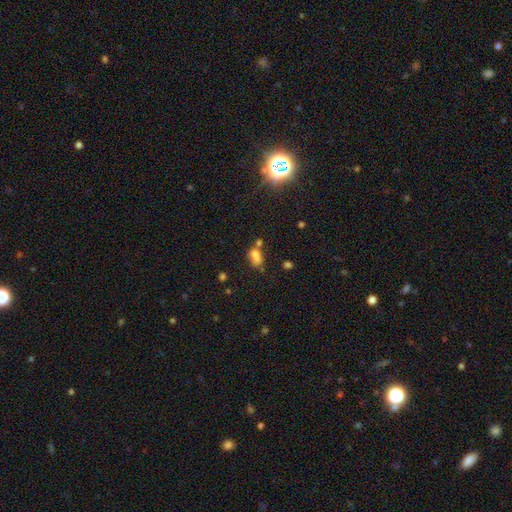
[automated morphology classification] Smooth or featured?
  - smooth: 67% *
  - star or artifact: 17%
  - featured or disk: 16%
How rounded?
  - in between: 74% *
  - round: 23%
  - cigar-shaped: 4%
Merging?
  - merger: 42% *
  - none: 31%
  - minor disturbance: 17%
  - major disturbance: 11%